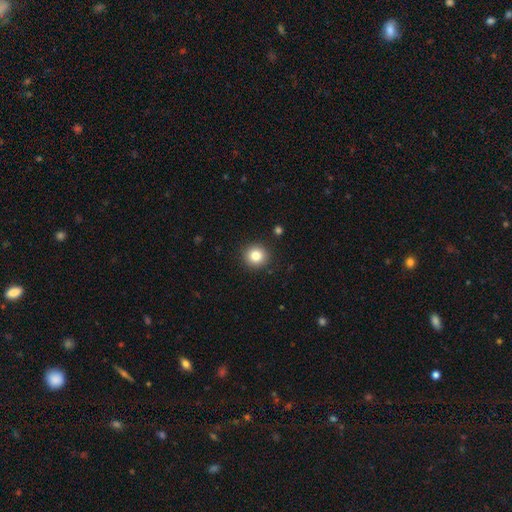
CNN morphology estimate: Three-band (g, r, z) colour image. It shows a smooth galaxy with no disk features (82%) that is round (93%). Merging: none (91%).